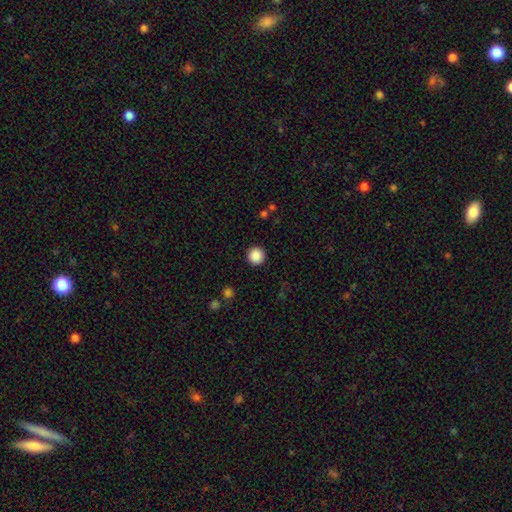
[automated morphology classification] This is clearly a smooth galaxy (88%). How rounded: clearly round (96%). Merging: clearly none (92%).